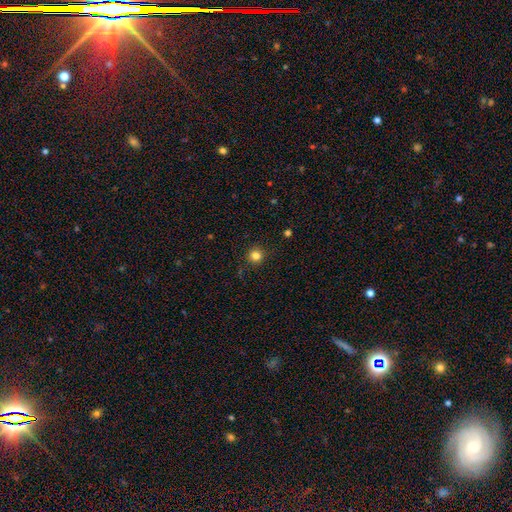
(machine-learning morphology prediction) Overall: smooth (82%). How rounded: round (95%). Merging: none (90%).